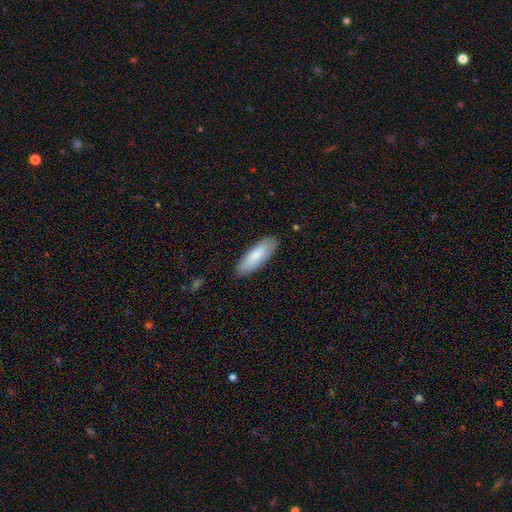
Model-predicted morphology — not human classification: A smooth galaxy with no disk features (84%) that is in between round and cigar-shaped (53%).

Vote fractions:
- Smooth or featured? smooth: 84% / featured or disk: 11% / star or artifact: 5%
- How rounded? in between: 53% / cigar-shaped: 46% / round: 1%
- Merging? none: 88% / minor disturbance: 9% / major disturbance: 2% / merger: 1%